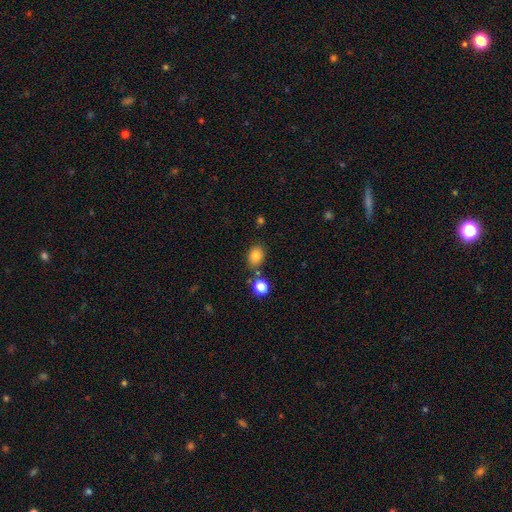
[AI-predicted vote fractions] A smooth galaxy with no disk features (82%) that is in between round and cigar-shaped (58%).

Vote fractions:
- Smooth or featured? smooth: 82% / star or artifact: 11% / featured or disk: 7%
- How rounded? in between: 58% / round: 41% / cigar-shaped: 1%
- Merging? none: 74% / minor disturbance: 12% / merger: 10% / major disturbance: 3%